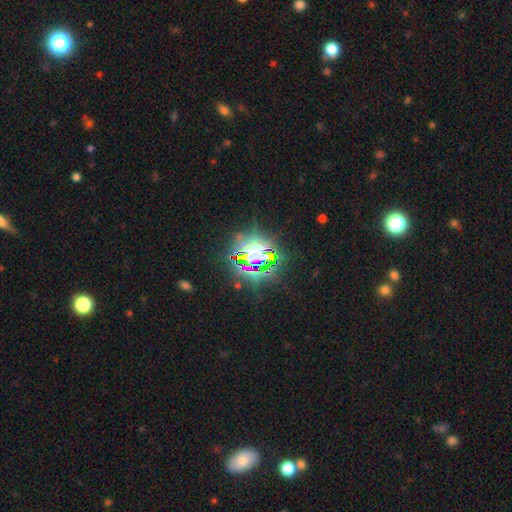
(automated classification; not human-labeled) Smooth or featured: star or artifact — 78% (smooth — 12%)